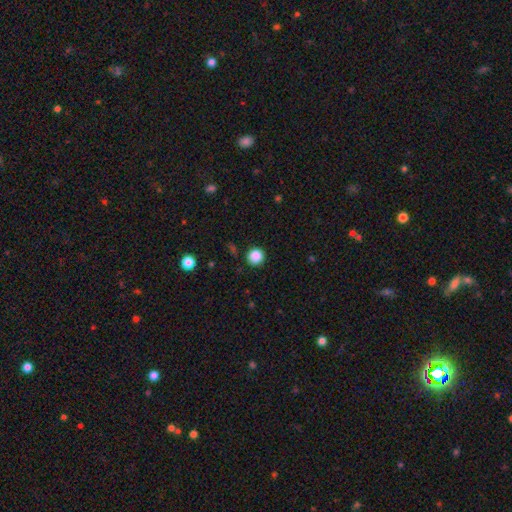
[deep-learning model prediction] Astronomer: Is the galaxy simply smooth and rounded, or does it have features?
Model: smooth — 87%.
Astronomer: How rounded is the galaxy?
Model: round — 93%.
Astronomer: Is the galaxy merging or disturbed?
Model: none — 88%.